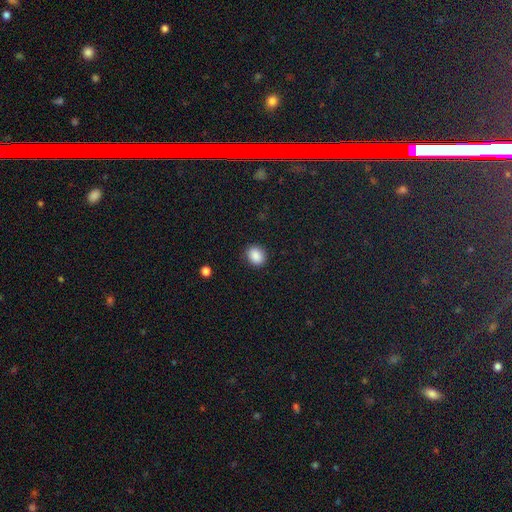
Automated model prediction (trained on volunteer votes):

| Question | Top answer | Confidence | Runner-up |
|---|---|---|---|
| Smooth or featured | smooth | 88% | star or artifact (9%) |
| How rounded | round | 58% | in between (41%) |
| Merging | none | 86% | minor disturbance (10%) |